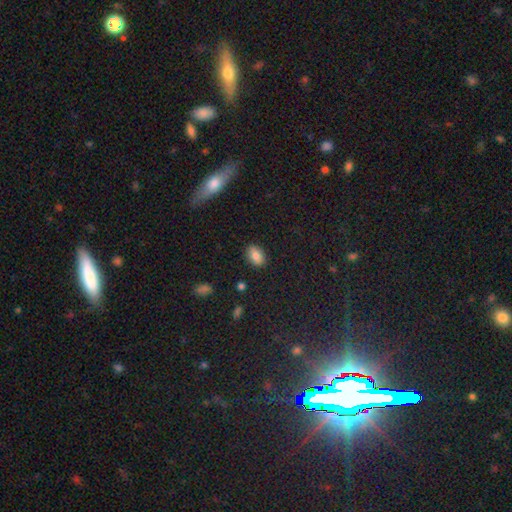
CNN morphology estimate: This appears to be a smooth galaxy with no disk features (83%) that is in between round and cigar-shaped (85%). Merging: none (87%).